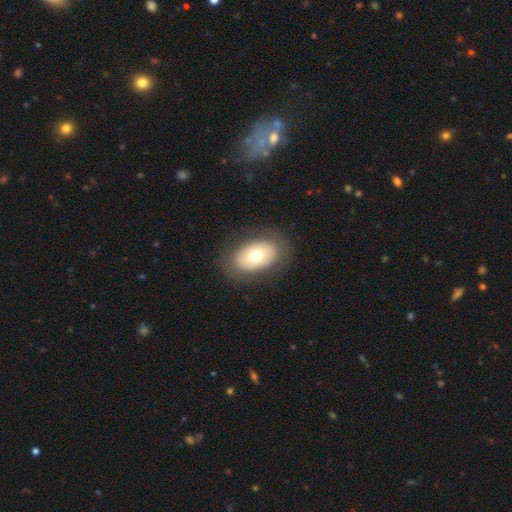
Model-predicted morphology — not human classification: type=smooth (67%); roundness=in between (87%); merging=none (83%).